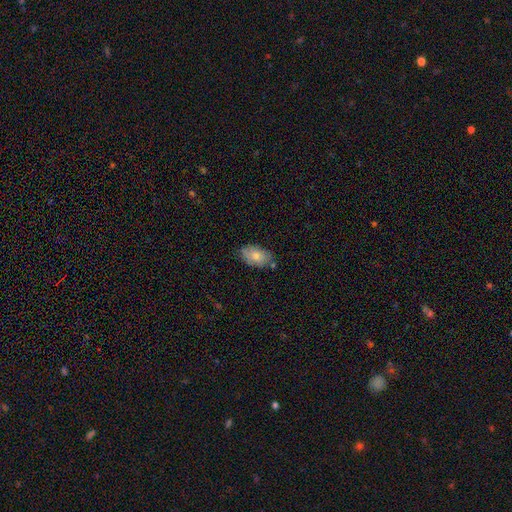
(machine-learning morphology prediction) A smooth galaxy with no disk features (78%) that is in between round and cigar-shaped (92%). Merging: none (71%).